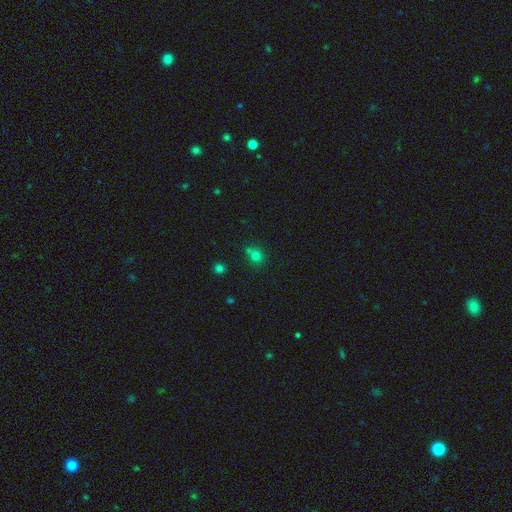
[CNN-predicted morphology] Smooth or featured?
  - smooth: 75% *
  - star or artifact: 17%
  - featured or disk: 8%
How rounded?
  - round: 79% *
  - in between: 20%
  - cigar-shaped: 1%
Merging?
  - none: 58% *
  - merger: 23%
  - minor disturbance: 15%
  - major disturbance: 5%